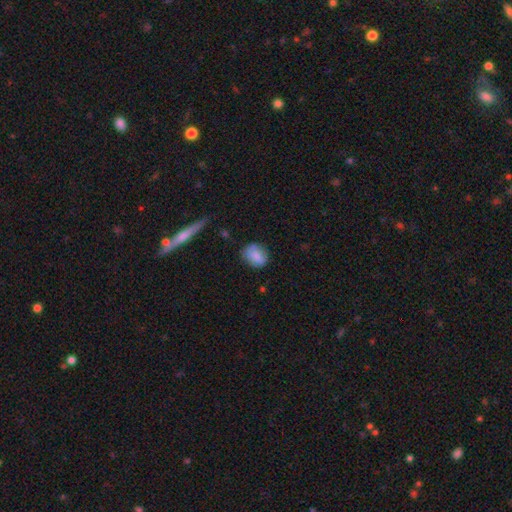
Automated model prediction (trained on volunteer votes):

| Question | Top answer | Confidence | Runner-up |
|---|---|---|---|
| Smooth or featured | smooth | 78% | featured or disk (14%) |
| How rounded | in between | 52% | round (47%) |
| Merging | none | 70% | minor disturbance (22%) |